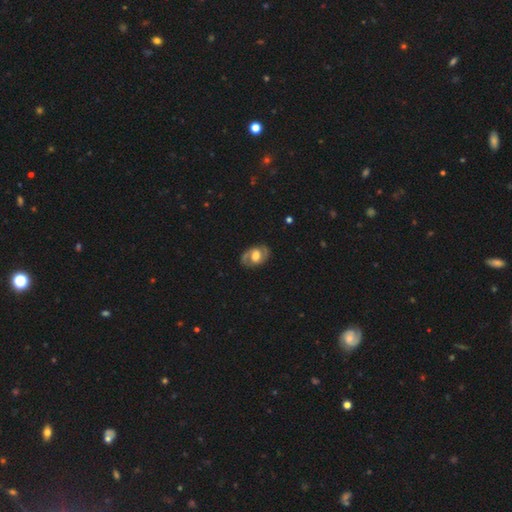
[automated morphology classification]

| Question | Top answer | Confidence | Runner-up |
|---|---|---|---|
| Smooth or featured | featured or disk | 73% | smooth (21%) |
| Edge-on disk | no | 96% | yes (4%) |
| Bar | no | 42% | tied: weak (42%) |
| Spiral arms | yes | 82% | no (18%) |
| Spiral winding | medium | 52% | tight (29%) |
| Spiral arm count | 2 | 89% | can't tell (6%) |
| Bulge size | moderate | 53% | large (34%) |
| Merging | none | 82% | minor disturbance (13%) |